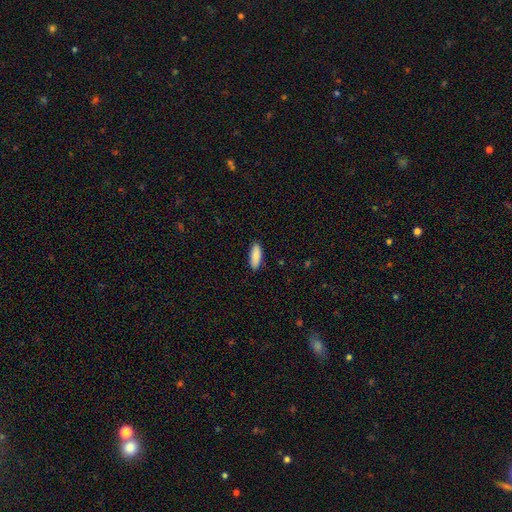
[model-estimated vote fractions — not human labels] smooth_or_featured: smooth (p=0.89) [alt: star or artifact p=0.06]
how_rounded: in between (p=0.69) [alt: cigar-shaped p=0.29]
merging: none (p=0.88) [alt: minor disturbance p=0.09]